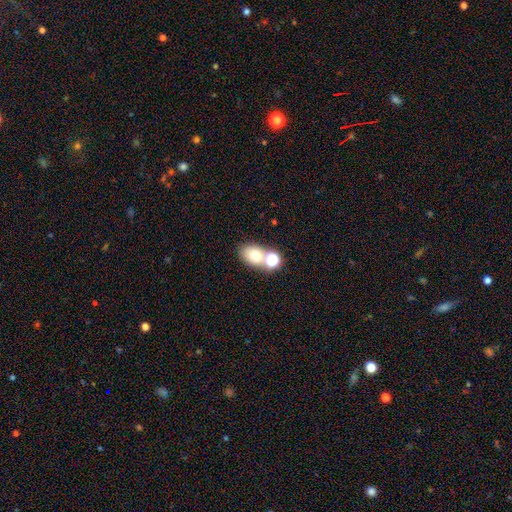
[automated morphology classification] Overall: smooth (70%). How rounded: in between (68%; round 30%). Merging: none (50%; merger 36%).